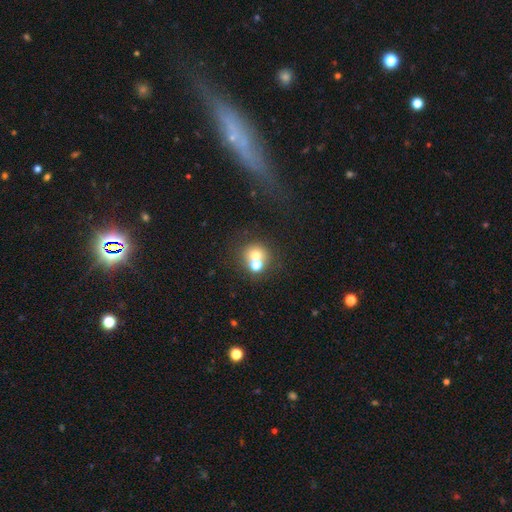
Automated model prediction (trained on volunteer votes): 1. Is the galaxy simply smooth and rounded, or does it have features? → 65% smooth, 18% featured or disk, 17% star or artifact.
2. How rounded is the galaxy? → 83% round, 16% in between, 1% cigar-shaped.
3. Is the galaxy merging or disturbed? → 46% none, 43% merger, 7% minor disturbance, 4% major disturbance.